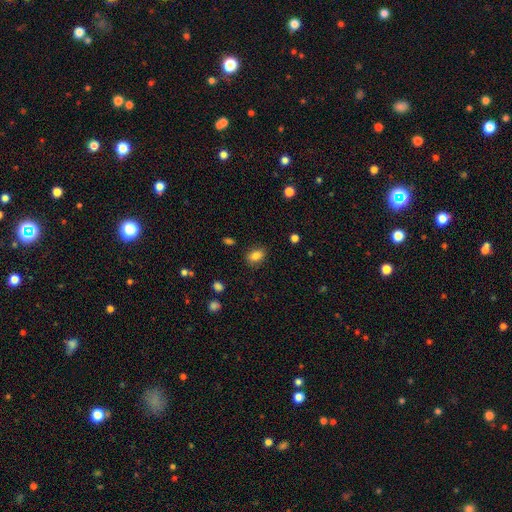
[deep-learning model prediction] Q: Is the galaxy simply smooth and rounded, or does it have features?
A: smooth — 84%.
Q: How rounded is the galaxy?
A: in between — 77%.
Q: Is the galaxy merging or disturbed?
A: none — 84%.